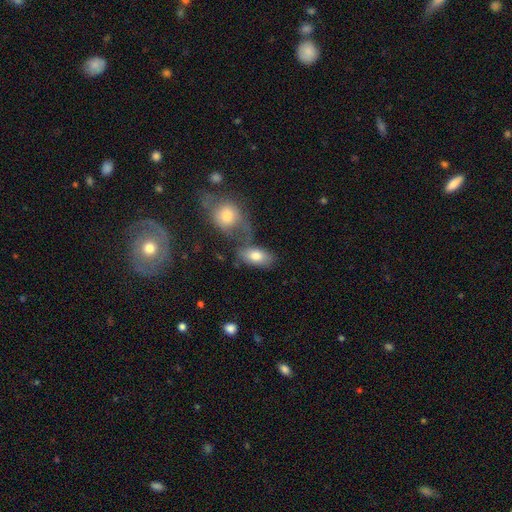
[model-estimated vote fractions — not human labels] Smooth or featured? smooth (78%)
How rounded? in between (90%)
Merging? none (46%)